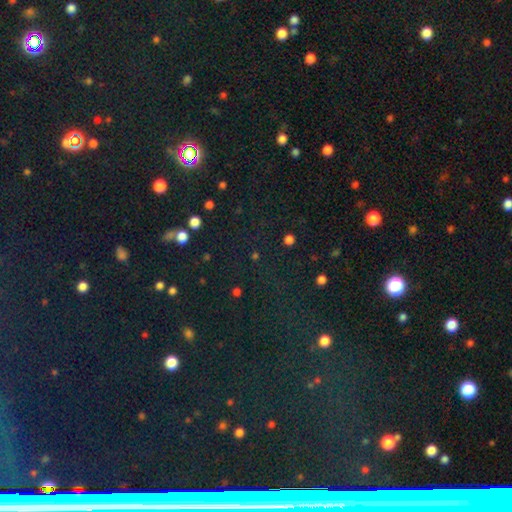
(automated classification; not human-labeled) This is likely a star or artifact rather than a galaxy (73%).